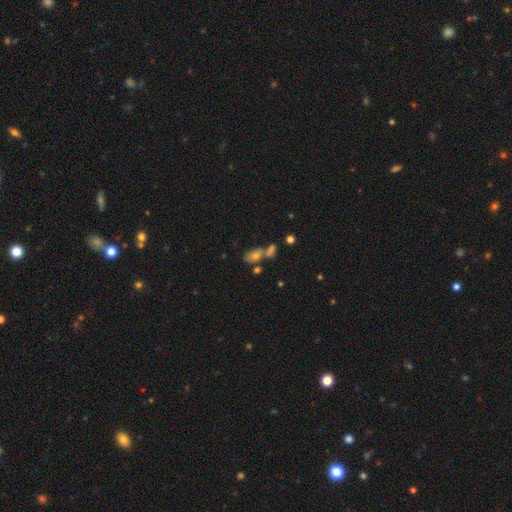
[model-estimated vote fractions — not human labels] A smooth galaxy with no disk features (62%) that is in between round and cigar-shaped (81%).

Vote fractions:
- Smooth or featured? smooth: 62% / featured or disk: 23% / star or artifact: 15%
- How rounded? in between: 81% / round: 12% / cigar-shaped: 7%
- Merging? none: 41% / merger: 39% / minor disturbance: 13% / major disturbance: 7%